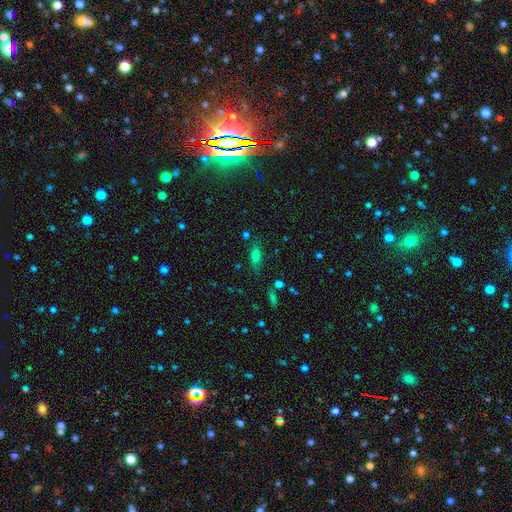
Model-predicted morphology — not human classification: Smooth or featured?
  - smooth: 68% *
  - featured or disk: 18%
  - star or artifact: 14%
How rounded?
  - in between: 64% *
  - cigar-shaped: 32%
  - round: 5%
Merging?
  - none: 74% *
  - minor disturbance: 15%
  - merger: 6%
  - major disturbance: 5%